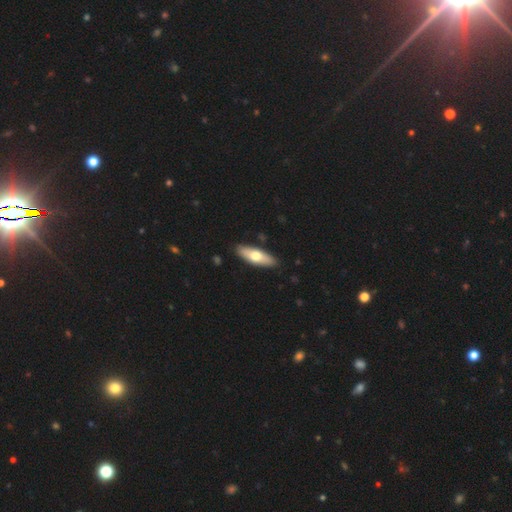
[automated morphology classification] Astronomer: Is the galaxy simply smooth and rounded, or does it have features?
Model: smooth — 61%.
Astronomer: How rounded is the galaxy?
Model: in between — 56% (runner-up: cigar-shaped, 42%).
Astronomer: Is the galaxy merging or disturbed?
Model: none — 89%.